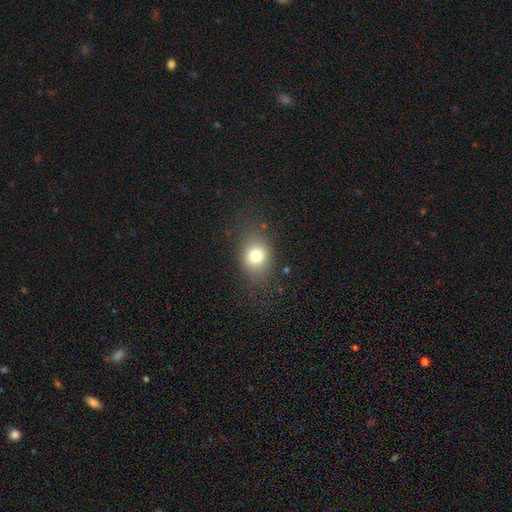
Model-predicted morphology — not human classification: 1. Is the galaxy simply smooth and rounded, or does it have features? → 76% smooth, 13% star or artifact, 11% featured or disk.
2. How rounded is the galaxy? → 50% round, 49% in between, 1% cigar-shaped.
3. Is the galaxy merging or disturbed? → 78% none, 14% minor disturbance, 7% major disturbance, 1% merger.